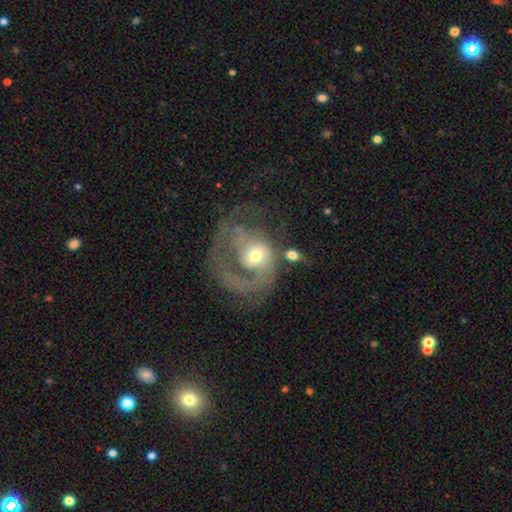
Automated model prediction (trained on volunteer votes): Overall: featured or disk (72%). Edge-on disk: no (97%). Bar: no (69%). Spiral arms: yes (74%). Spiral arm count: 1 (54%; 2 21%). Spiral winding: medium (41%; loose 32%). Bulge size: moderate (57%; small 33%). Merging: major disturbance (53%; none 25%).